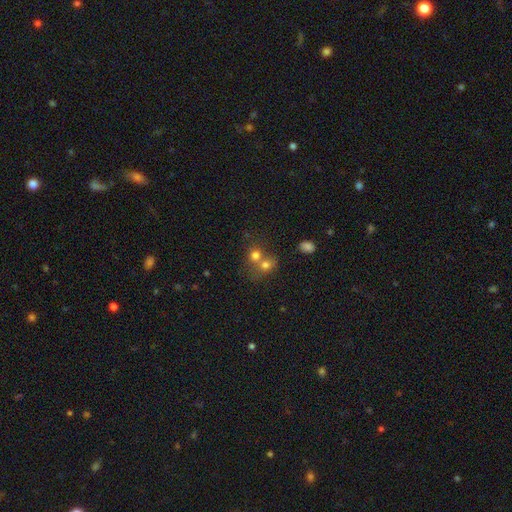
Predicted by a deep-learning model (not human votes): A smooth galaxy with no disk features (72%) that is round (77%).

Vote fractions:
- Smooth or featured? smooth: 72% / star or artifact: 15% / featured or disk: 13%
- How rounded? round: 77% / in between: 22% / cigar-shaped: 1%
- Merging? merger: 56% / none: 35% / minor disturbance: 6% / major disturbance: 3%